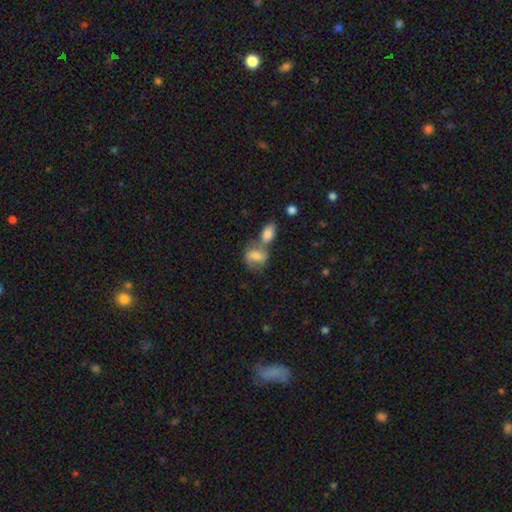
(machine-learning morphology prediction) A smooth galaxy with no disk features (72%) that is in between round and cigar-shaped (69%). Merging: merger (51%).